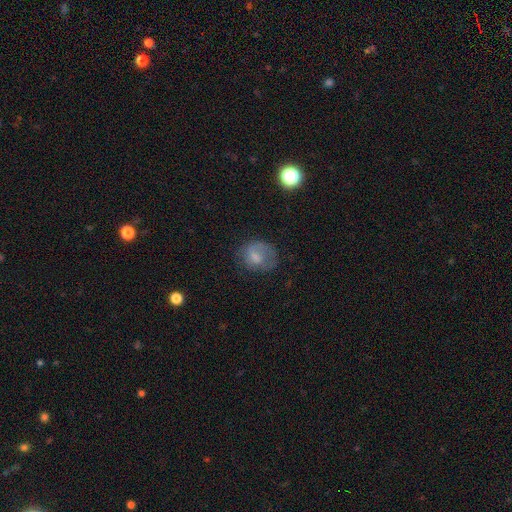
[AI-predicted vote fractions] Smooth or featured?
  - smooth: 64% *
  - featured or disk: 25%
  - star or artifact: 11%
How rounded?
  - round: 59% *
  - in between: 40%
  - cigar-shaped: 1%
Merging?
  - none: 50% *
  - minor disturbance: 26%
  - major disturbance: 22%
  - merger: 2%